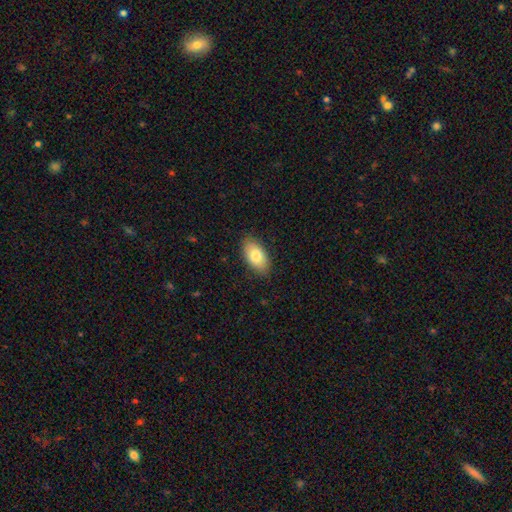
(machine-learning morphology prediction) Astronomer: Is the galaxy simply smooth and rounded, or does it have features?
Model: smooth — 80%.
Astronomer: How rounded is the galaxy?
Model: in between — 94%.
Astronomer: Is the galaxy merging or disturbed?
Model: none — 86%.